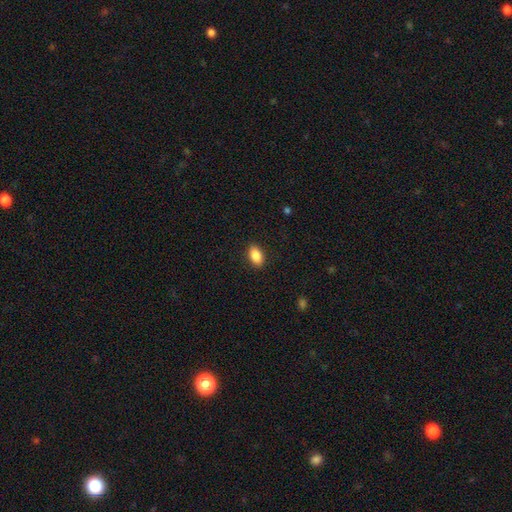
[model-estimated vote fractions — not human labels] This appears to be a smooth galaxy with no disk features (88%) that is in between round and cigar-shaped (92%). Merging: none (90%).